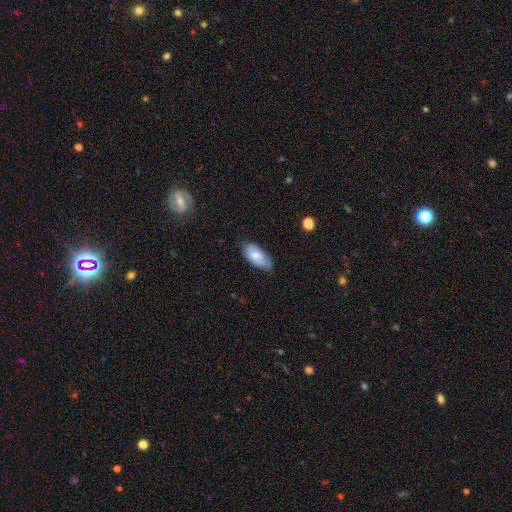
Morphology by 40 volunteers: type=smooth (72%); roundness=in between (90%); merging=none (64%).